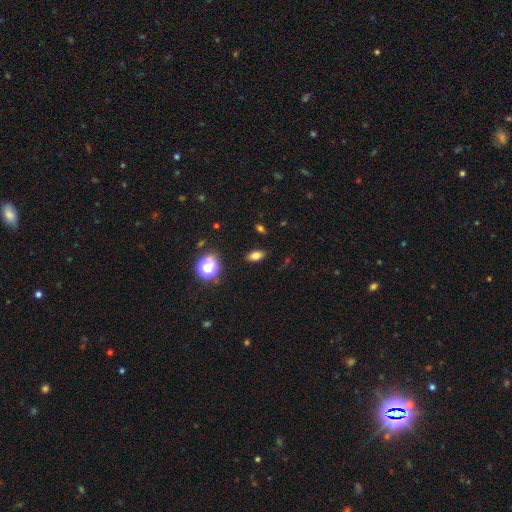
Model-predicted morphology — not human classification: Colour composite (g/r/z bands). It shows a smooth galaxy with no disk features (76%) that is in between round and cigar-shaped (86%). Merging: none (87%).